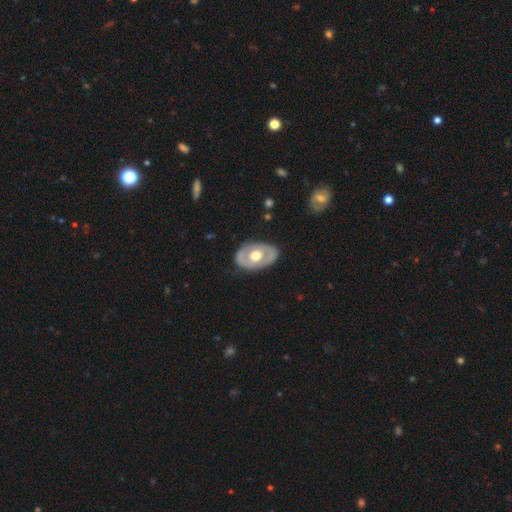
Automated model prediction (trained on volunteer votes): This is possibly a featured or disk galaxy (58%). It is clearly not viewed edge-on (91%). Bar: clearly no (87%). Spiral arm pattern: likely no (80%). Central bulge: likely moderate (67%). Merging: clearly none (81%).